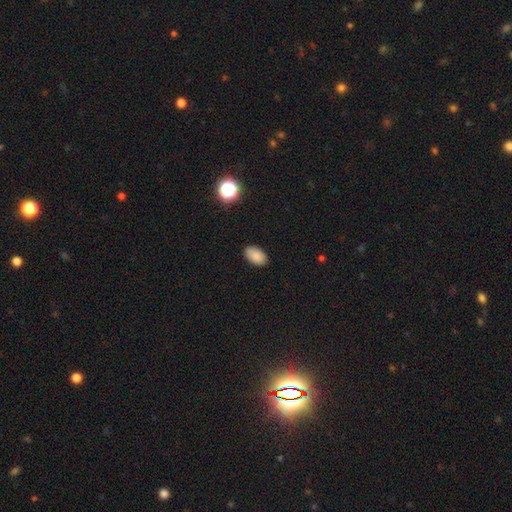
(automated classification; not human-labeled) This is clearly a smooth galaxy (87%). How rounded: clearly in between (93%). Merging: clearly none (87%).